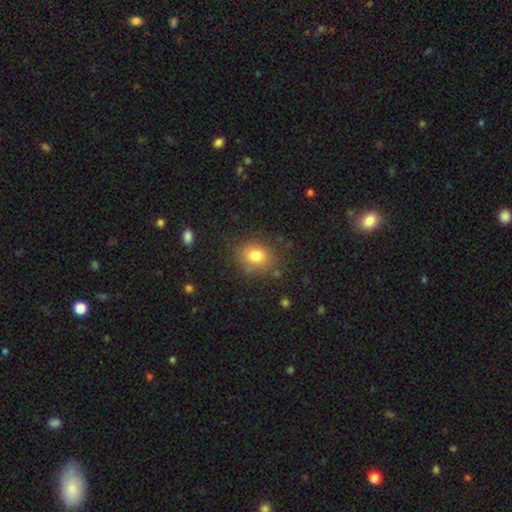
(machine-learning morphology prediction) Smooth or featured: smooth — 79% (star or artifact — 11%)
How rounded: round — 50% (in between — 49%)
Merging: none — 76% (minor disturbance — 16%)